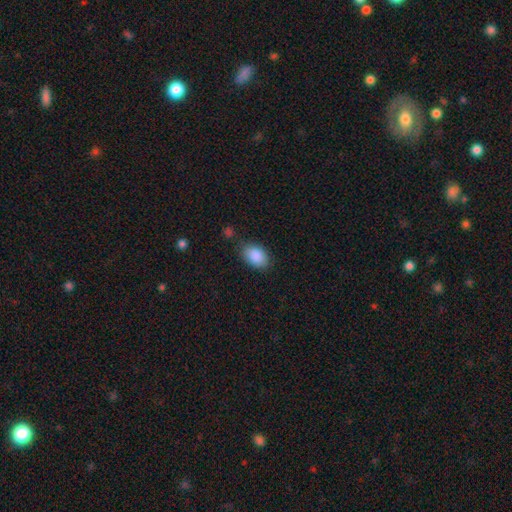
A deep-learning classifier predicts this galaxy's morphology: Overall: smooth (89%). How rounded: in between (87%). Merging: none (76%).